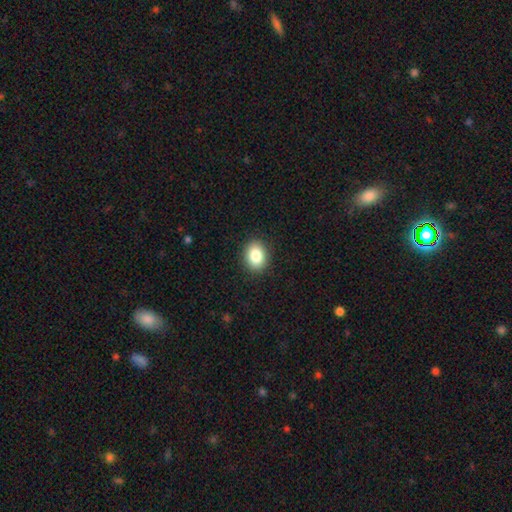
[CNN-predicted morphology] This is clearly a smooth galaxy (85%). How rounded: possibly in between (58%). Merging: clearly none (90%).